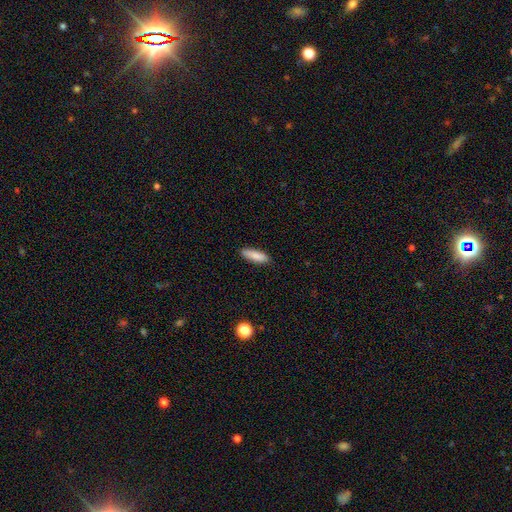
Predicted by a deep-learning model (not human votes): smooth 85%, featured or disk 8%, star or artifact 6%. Down the decision tree: how rounded — cigar-shaped (60%); merging — none (88%).